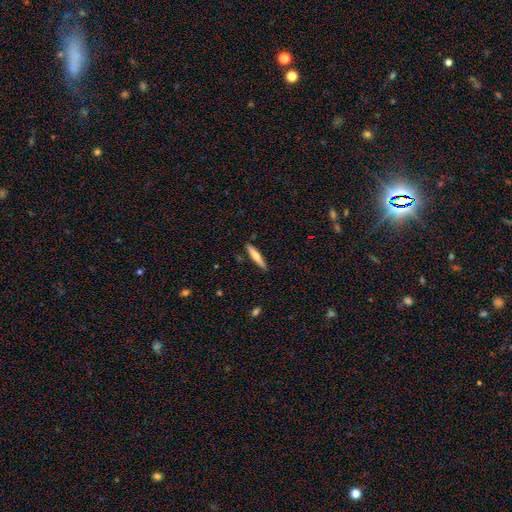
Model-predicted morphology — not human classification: The model was most divided on "smooth or featured": smooth: 60%, featured or disk: 35%, star or artifact: 6%. More confident: how rounded — cigar-shaped (90%); merging — none (88%).